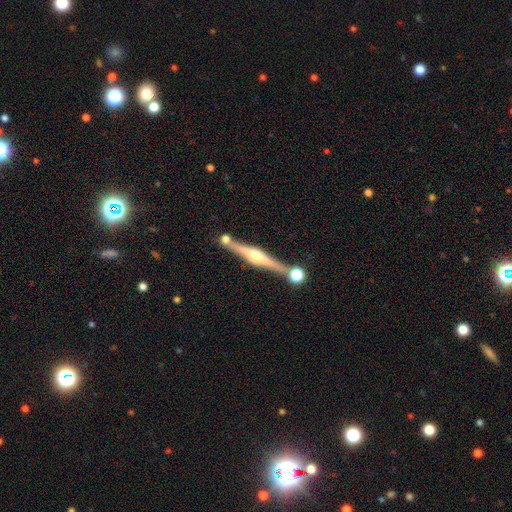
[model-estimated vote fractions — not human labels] A featured or disk galaxy (81%) viewed edge-on (98%) with a rounded central bulge (91%).

Vote fractions:
- Smooth or featured? featured or disk: 81% / smooth: 13% / star or artifact: 6%
- Edge-on disk? yes: 98% / no: 2%
- Edge-on bulge? rounded: 91% / boxy: 6% / none: 3%
- Merging? none: 79% / minor disturbance: 9% / merger: 9% / major disturbance: 2%